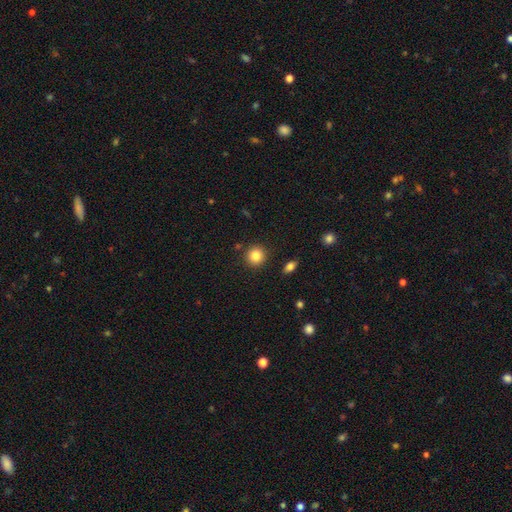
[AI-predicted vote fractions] smooth_or_featured: smooth (p=0.85) [alt: star or artifact p=0.10]
how_rounded: round (p=0.92) [alt: in between p=0.07]
merging: none (p=0.89) [alt: minor disturbance p=0.06]